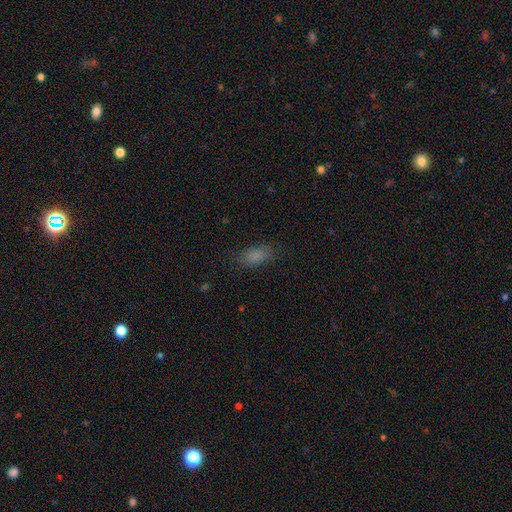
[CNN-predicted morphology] A smooth galaxy with no disk features (83%) that is in between round and cigar-shaped (85%). Merging: none (81%).